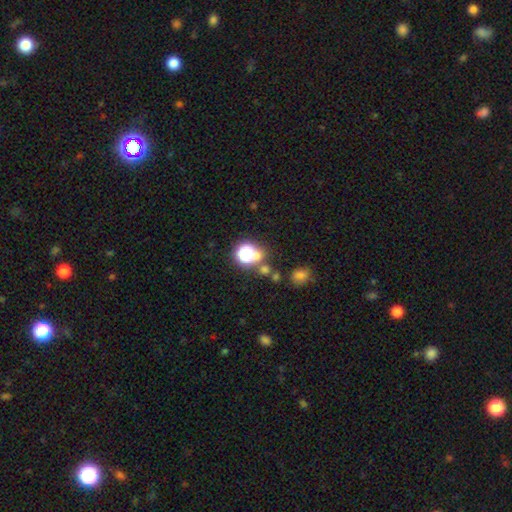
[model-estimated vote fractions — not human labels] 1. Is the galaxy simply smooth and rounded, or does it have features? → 50% smooth, 42% star or artifact, 9% featured or disk.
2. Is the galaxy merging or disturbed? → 63% none, 20% merger, 10% minor disturbance, 7% major disturbance.